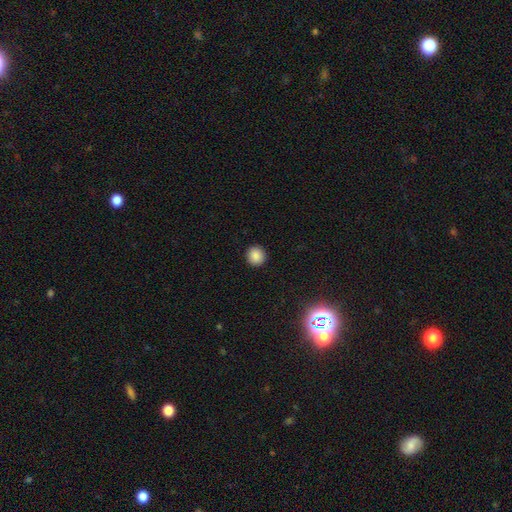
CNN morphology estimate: smooth 87%, star or artifact 10%, featured or disk 3%. Down the decision tree: how rounded — round (90%); merging — none (92%).